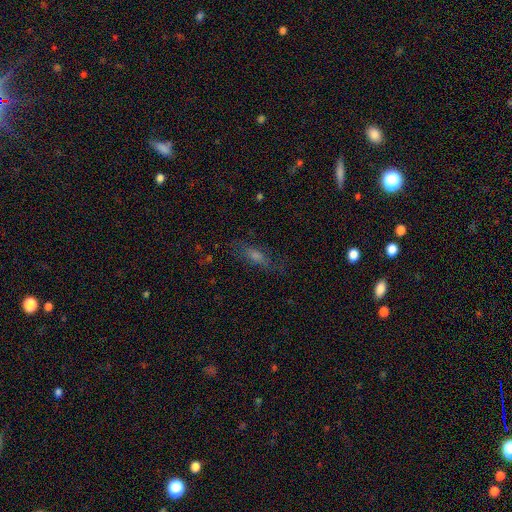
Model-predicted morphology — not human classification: smooth_or_featured: smooth (p=0.39) [alt: featured or disk p=0.38]
merging: none (p=0.73) [alt: minor disturbance p=0.17]